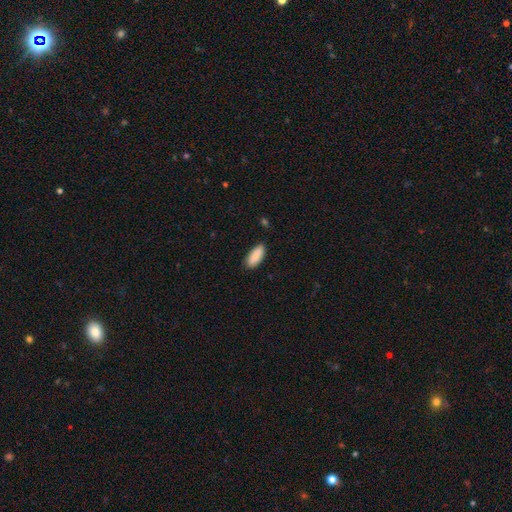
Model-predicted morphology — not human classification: type=smooth (89%); roundness=in between (84%); merging=none (86%).